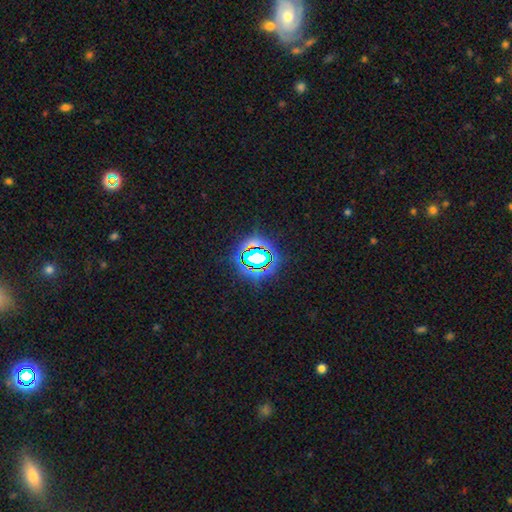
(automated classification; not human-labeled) Smooth or featured?
  - star or artifact: 68% *
  - smooth: 20%
  - featured or disk: 13%